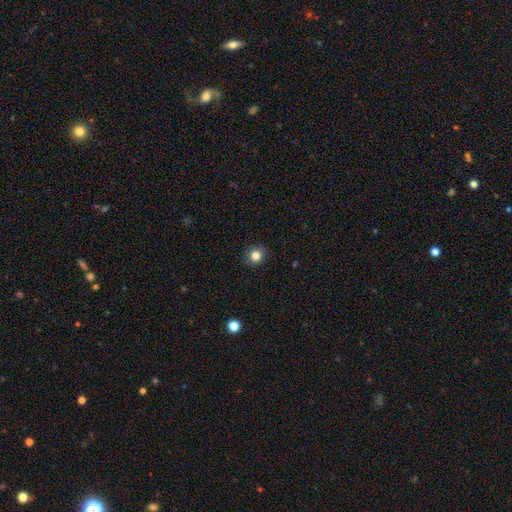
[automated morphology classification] smooth-or-featured: smooth: 82% | star or artifact: 11% | featured or disk: 8%
  how-rounded: round: 80% | in between: 19% | cigar-shaped: 1%
  merging: none: 88% | minor disturbance: 9% | major disturbance: 2% | merger: 1%